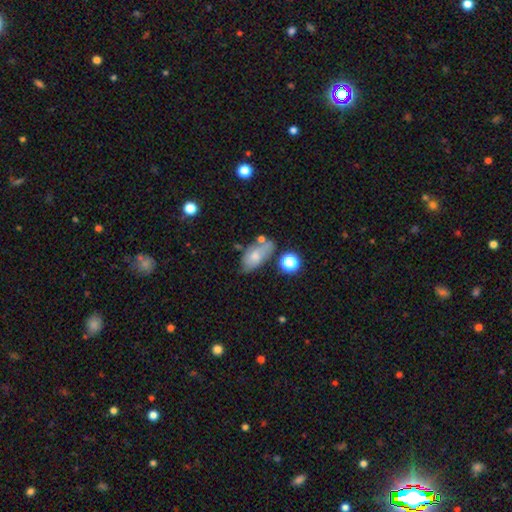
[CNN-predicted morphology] smooth-or-featured: smooth: 54% | featured or disk: 36% | star or artifact: 10%
  how-rounded: in between: 88% | round: 7% | cigar-shaped: 6%
  merging: none: 52% | minor disturbance: 27% | merger: 12% | major disturbance: 10%